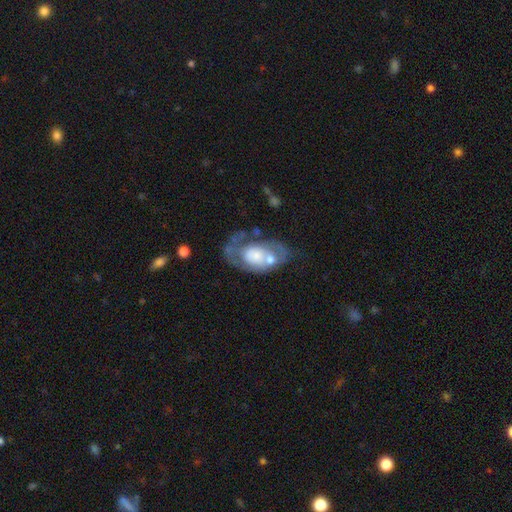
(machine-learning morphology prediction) A featured or disk galaxy (59%) with no bar (86%), no spiral arms (52%) and a moderate central bulge (31%).

Vote fractions:
- Smooth or featured? featured or disk: 59% / smooth: 35% / star or artifact: 6%
- Edge-on disk? no: 96% / yes: 4%
- Bar? no: 86% / weak: 12% / strong: 3%
- Spiral arms? no: 52% / yes: 48%
- Bulge size? moderate: 31% / small: 30% / large: 26% / none: 8% / dominant: 5%
- Merging? major disturbance: 30% / none: 27% / minor disturbance: 22% / merger: 21%